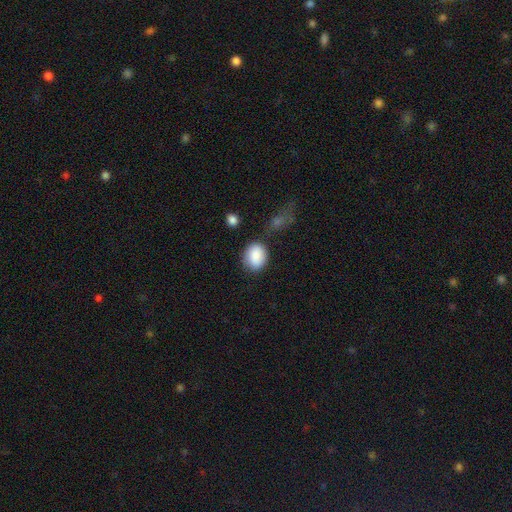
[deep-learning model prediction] A smooth galaxy with no disk features (87%) that is in between round and cigar-shaped (51%). Merging: none (70%).